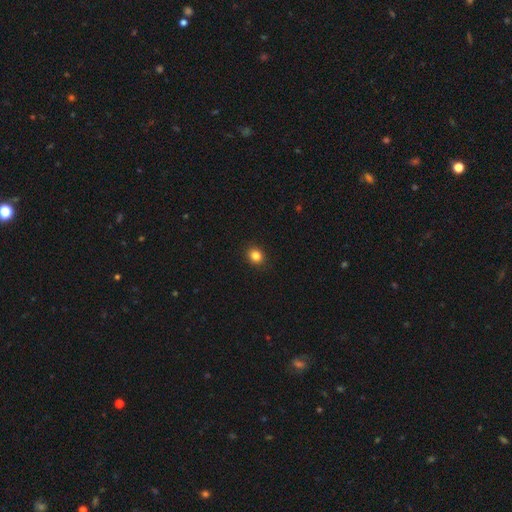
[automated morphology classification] Smooth or featured? smooth (84%)
How rounded? round (68%)
Merging? none (90%)